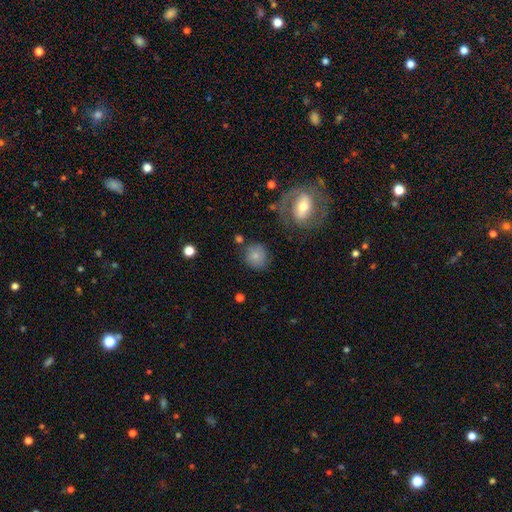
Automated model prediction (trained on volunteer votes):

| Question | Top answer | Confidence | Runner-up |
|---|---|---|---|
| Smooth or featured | smooth | 73% | featured or disk (16%) |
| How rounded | round | 85% | in between (14%) |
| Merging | none | 77% | minor disturbance (12%) |